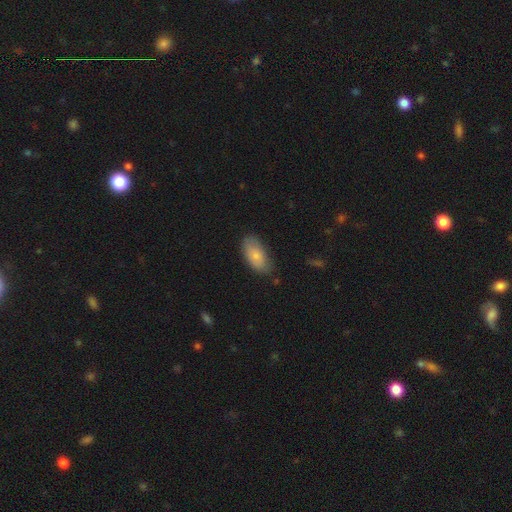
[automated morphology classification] Smooth or featured: smooth — 76% (featured or disk — 18%)
How rounded: in between — 92% (cigar-shaped — 5%)
Merging: none — 73% (minor disturbance — 21%)